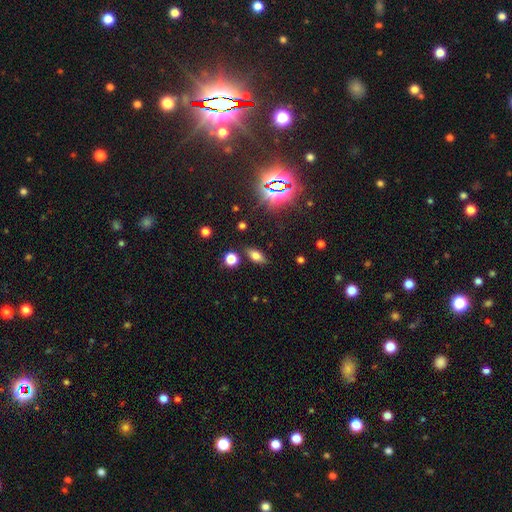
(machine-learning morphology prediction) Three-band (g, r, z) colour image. It shows a smooth galaxy with no disk features (64%) that is in between round and cigar-shaped (79%). Merging: none (83%).